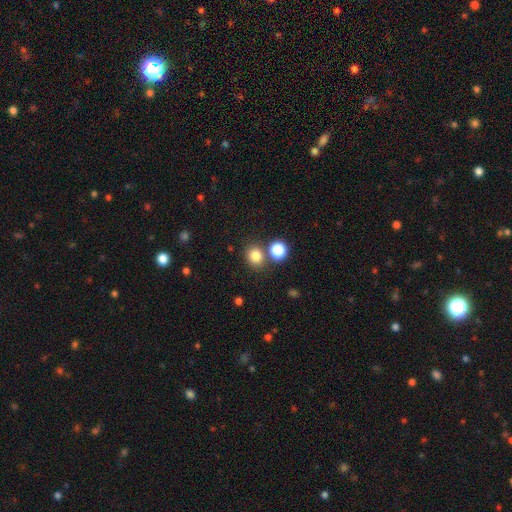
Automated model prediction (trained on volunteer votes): Smooth or featured?
  - smooth: 80% *
  - star or artifact: 14%
  - featured or disk: 6%
How rounded?
  - round: 72% *
  - in between: 27%
  - cigar-shaped: 1%
Merging?
  - none: 73% *
  - merger: 15%
  - minor disturbance: 9%
  - major disturbance: 3%